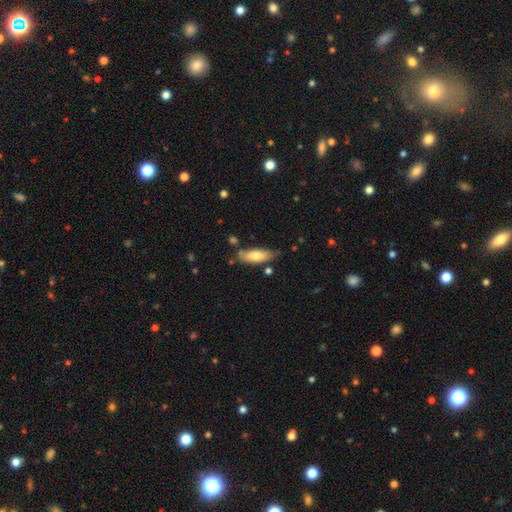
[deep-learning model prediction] smooth_or_featured: smooth (p=0.71) [alt: featured or disk p=0.22]
how_rounded: in between (p=0.66) [alt: cigar-shaped p=0.32]
merging: none (p=0.68) [alt: minor disturbance p=0.21]